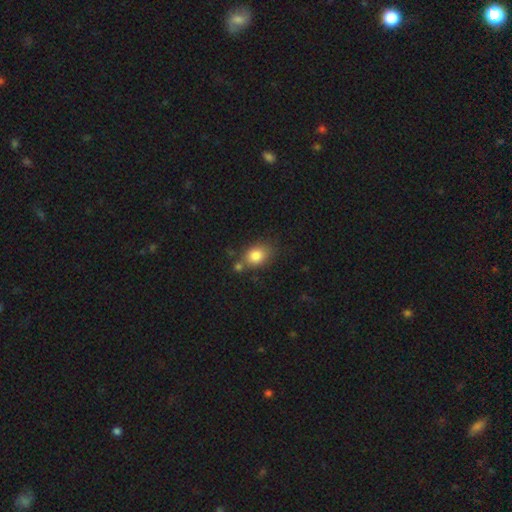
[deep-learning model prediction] The model was most divided on "how rounded": in between: 61%, round: 38%, cigar-shaped: 1%. More confident: smooth or featured — smooth (83%); merging — none (63%).